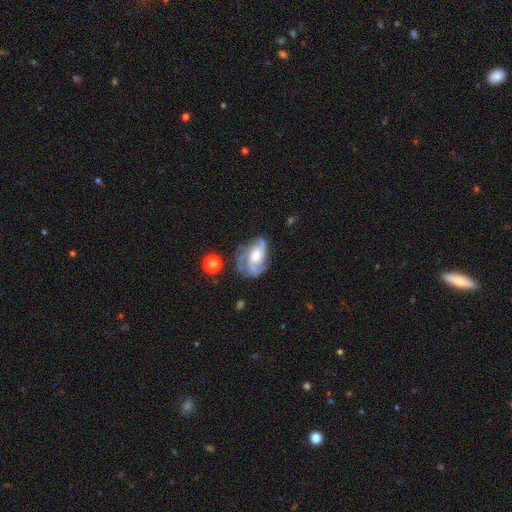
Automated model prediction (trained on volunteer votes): Smooth or featured: featured or disk — 79% (smooth — 14%)
Edge-on disk: no — 97% (yes — 3%)
Bar: no — 62% (weak — 30%)
Spiral arms: yes — 92% (no — 8%)
Spiral winding: medium — 43% (tight — 41%)
Spiral arm count: 3 — 38% (2 — 23%)
Bulge size: moderate — 62% (small — 18%)
Merging: none — 54% (minor disturbance — 25%)